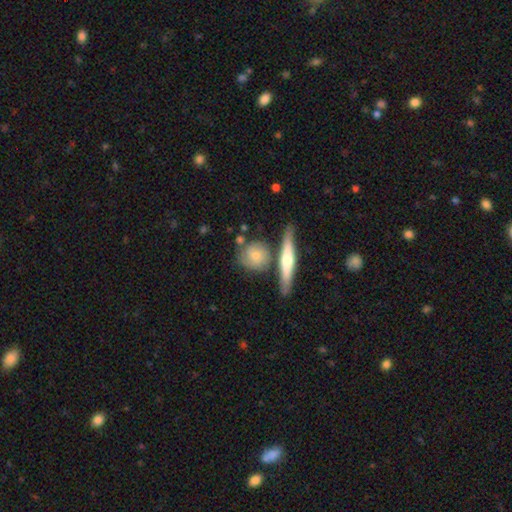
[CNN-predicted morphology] A smooth galaxy with no disk features (60%) that is round (68%).

Vote fractions:
- Smooth or featured? smooth: 60% / featured or disk: 34% / star or artifact: 6%
- How rounded? round: 68% / in between: 19% / cigar-shaped: 13%
- Merging? none: 64% / minor disturbance: 17% / merger: 14% / major disturbance: 5%